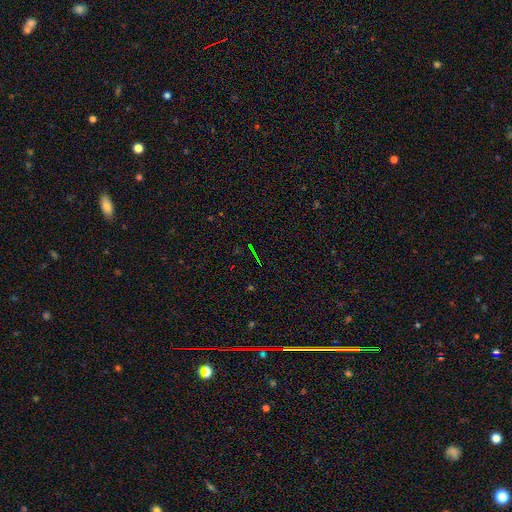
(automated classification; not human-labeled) Smooth or featured?
  - star or artifact: 74% *
  - featured or disk: 14%
  - smooth: 12%